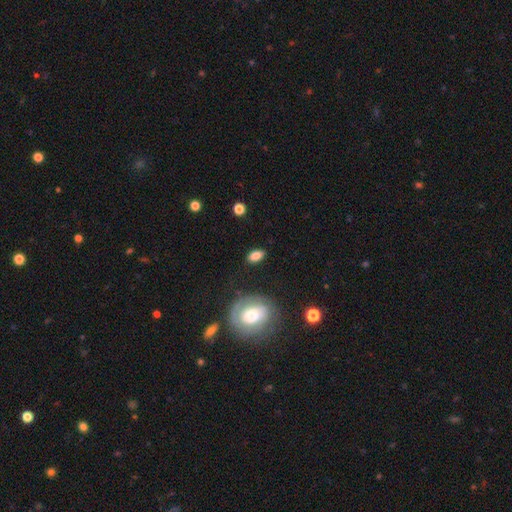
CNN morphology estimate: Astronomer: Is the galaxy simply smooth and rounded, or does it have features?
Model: smooth — 79%.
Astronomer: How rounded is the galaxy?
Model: in between — 87%.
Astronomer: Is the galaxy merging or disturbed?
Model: none — 82%.